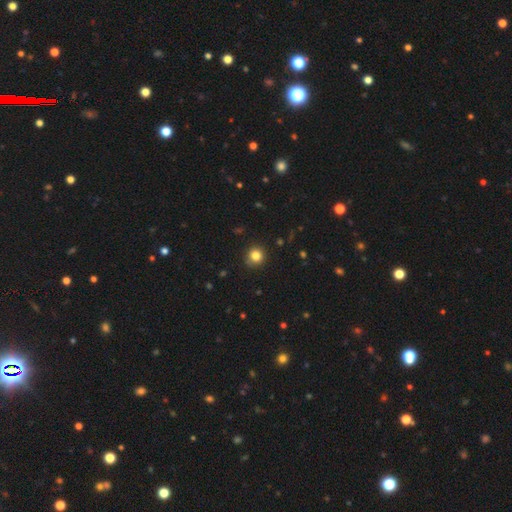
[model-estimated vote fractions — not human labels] Smooth or featured? smooth (83%)
How rounded? round (92%)
Merging? none (88%)